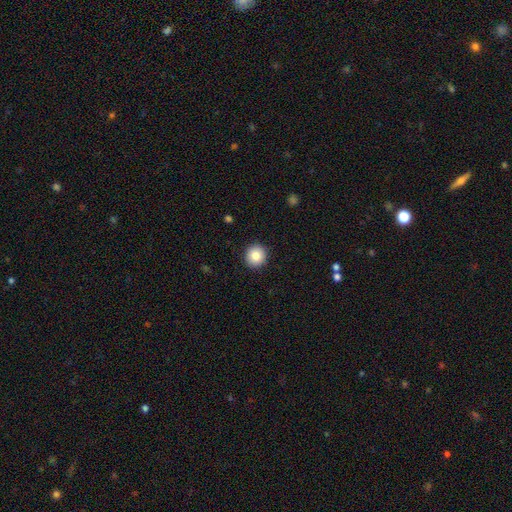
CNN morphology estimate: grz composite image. It shows a smooth galaxy with no disk features (83%) that is round (93%). Merging: none (92%).